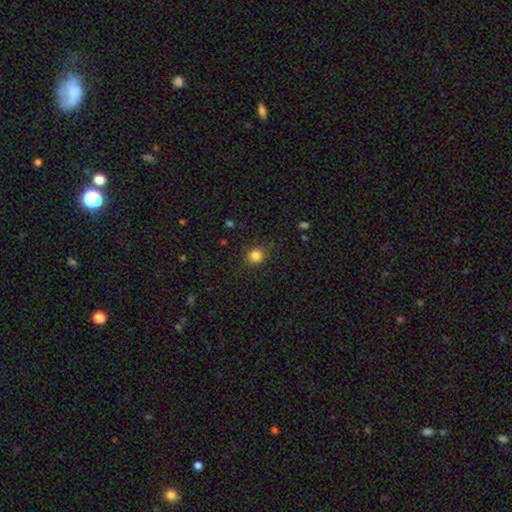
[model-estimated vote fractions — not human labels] A smooth galaxy with no disk features (83%) that is round (86%).

Vote fractions:
- Smooth or featured? smooth: 83% / star or artifact: 12% / featured or disk: 5%
- How rounded? round: 86% / in between: 13% / cigar-shaped: 1%
- Merging? none: 85% / minor disturbance: 11% / major disturbance: 3% / merger: 1%